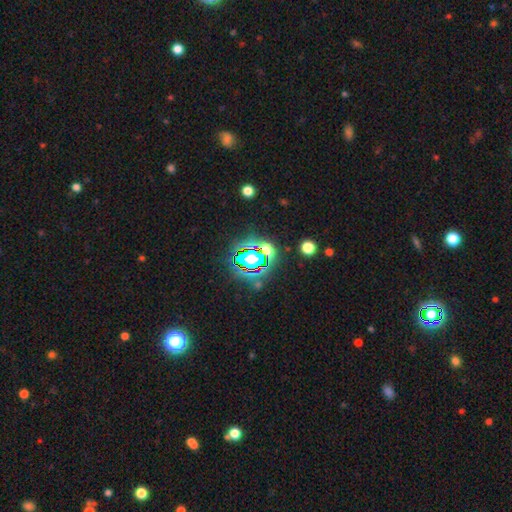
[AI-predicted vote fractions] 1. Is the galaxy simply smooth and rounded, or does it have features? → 67% star or artifact, 21% smooth, 12% featured or disk.